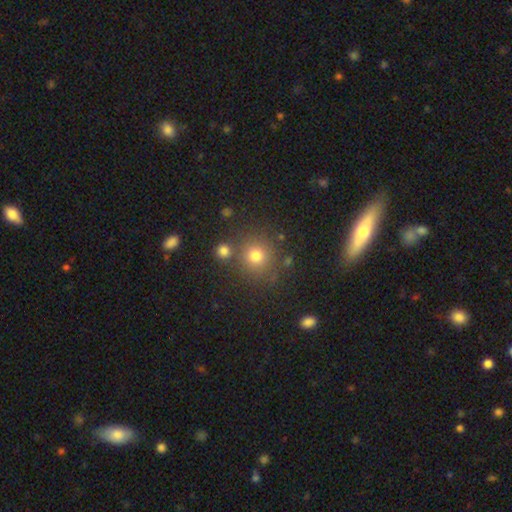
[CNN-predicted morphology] Overall: smooth (74%). How rounded: round (91%). Merging: none (77%).